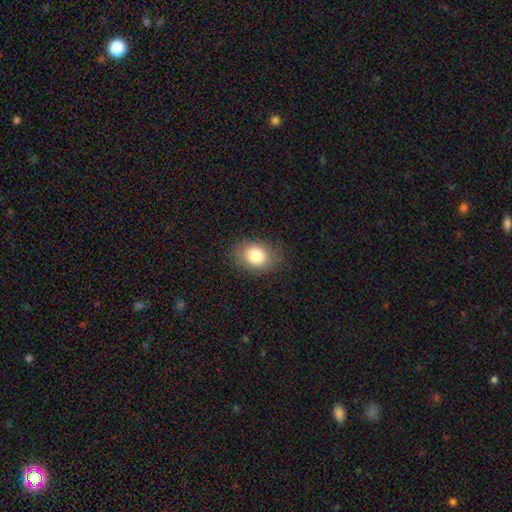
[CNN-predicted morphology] smooth 81%, star or artifact 10%, featured or disk 10%. Down the decision tree: how rounded — in between (61%); merging — none (84%).